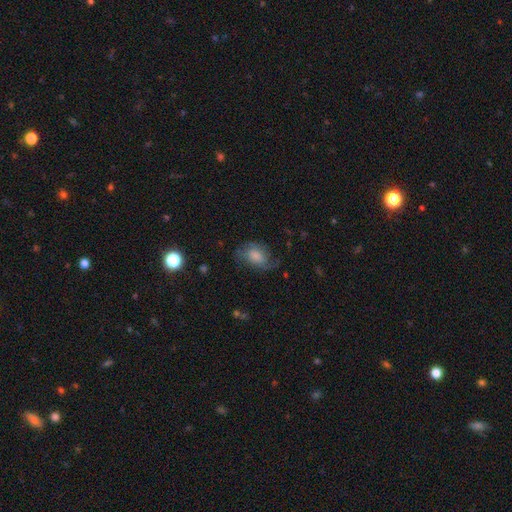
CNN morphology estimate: Smooth or featured? smooth (48%)
Merging? none (49%)